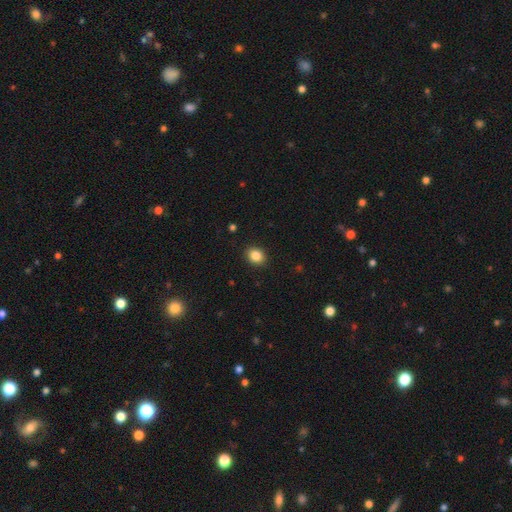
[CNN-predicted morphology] This appears to be a smooth galaxy with no disk features (86%) that is round (57%). Merging: none (90%).